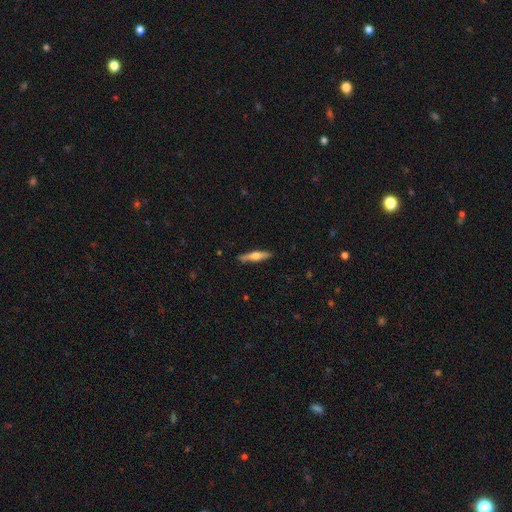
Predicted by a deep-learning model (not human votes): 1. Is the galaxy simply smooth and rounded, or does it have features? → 49% featured or disk, 46% smooth, 6% star or artifact.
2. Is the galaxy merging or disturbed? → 88% none, 9% minor disturbance, 2% major disturbance, 1% merger.